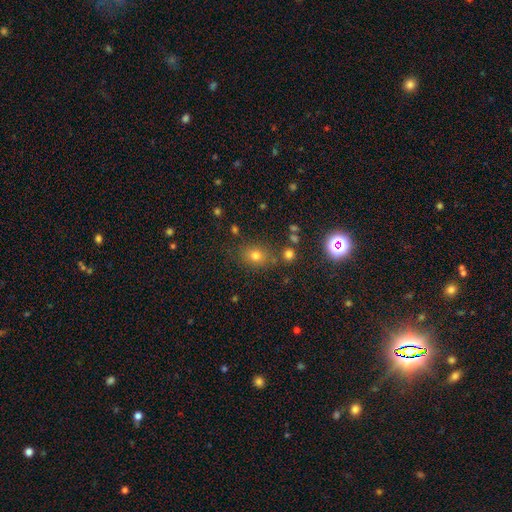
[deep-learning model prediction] This is likely a smooth galaxy (70%). How rounded: likely round (62%). Merging: likely none (78%).